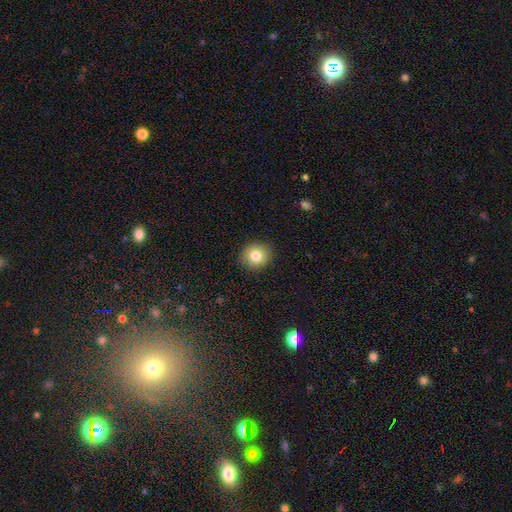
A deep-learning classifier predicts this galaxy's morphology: Smooth or featured? smooth (81%)
How rounded? round (85%)
Merging? none (90%)